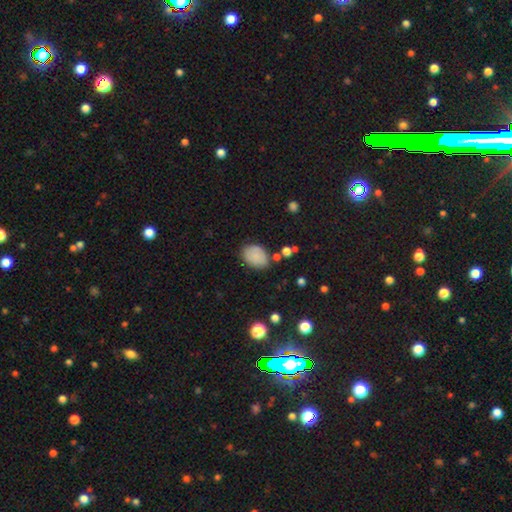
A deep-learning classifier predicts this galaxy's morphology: Smooth or featured? smooth (85%)
How rounded? in between (74%)
Merging? none (76%)